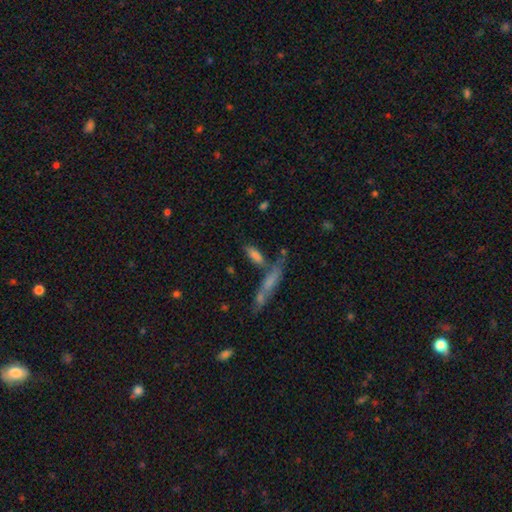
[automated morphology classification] Smooth or featured?
  - smooth: 67% *
  - featured or disk: 21%
  - star or artifact: 12%
How rounded?
  - cigar-shaped: 51% *
  - in between: 45%
  - round: 4%
Merging?
  - none: 50% *
  - merger: 32%
  - minor disturbance: 12%
  - major disturbance: 6%